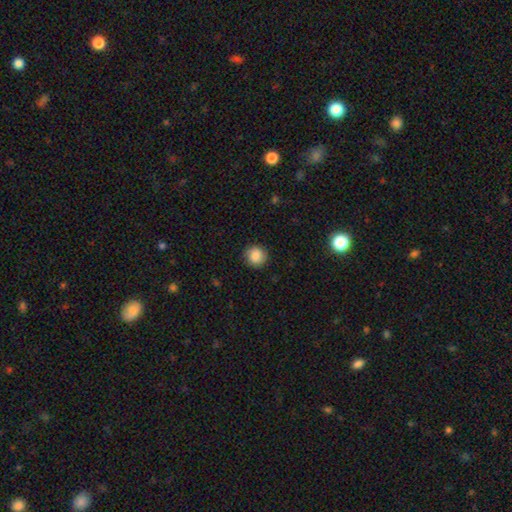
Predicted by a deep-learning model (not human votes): smooth 87%, star or artifact 9%, featured or disk 4%. Down the decision tree: how rounded — round (91%); merging — none (90%).